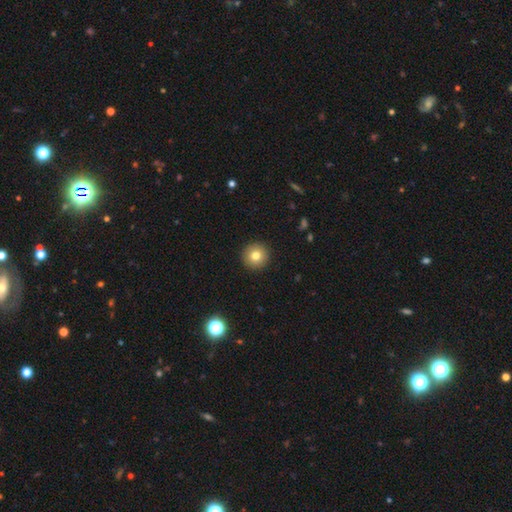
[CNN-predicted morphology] smooth_or_featured: smooth (p=0.79) [alt: star or artifact p=0.11]
how_rounded: round (p=0.96) [alt: in between p=0.03]
merging: none (p=0.93) [alt: minor disturbance p=0.04]